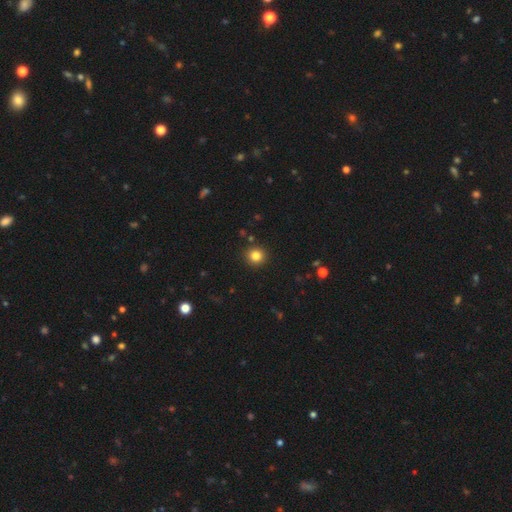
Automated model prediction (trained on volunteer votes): Smooth or featured? Predicted: smooth (p=0.83). How rounded? Predicted: round (p=0.93). Merging? Predicted: none (p=0.92).